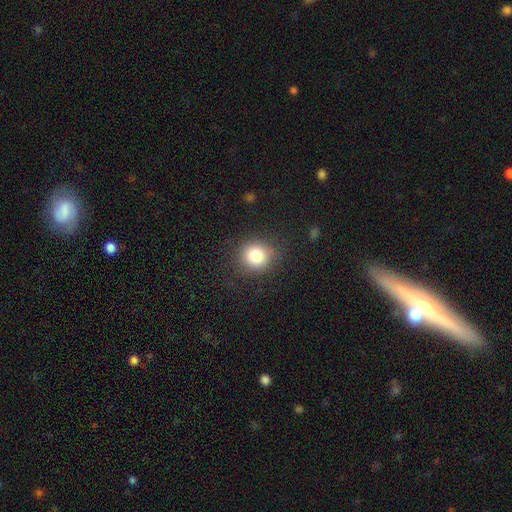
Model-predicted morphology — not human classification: smooth-or-featured: smooth: 82% | star or artifact: 11% | featured or disk: 7%
  how-rounded: round: 86% | in between: 13% | cigar-shaped: 1%
  merging: none: 85% | minor disturbance: 10% | major disturbance: 4% | merger: 1%